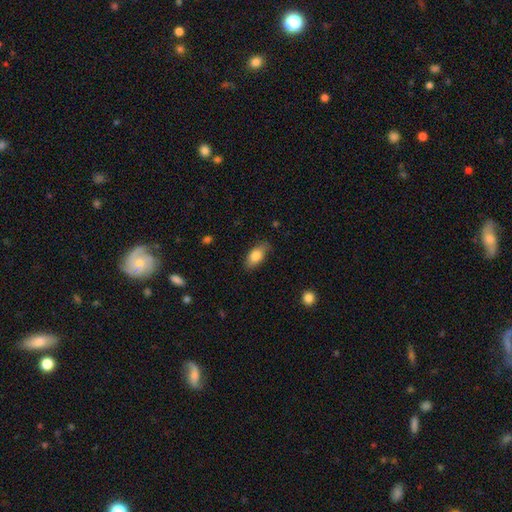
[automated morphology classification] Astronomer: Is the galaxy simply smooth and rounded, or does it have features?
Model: smooth — 81%.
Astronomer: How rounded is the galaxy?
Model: in between — 89%.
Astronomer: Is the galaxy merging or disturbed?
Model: none — 77%.